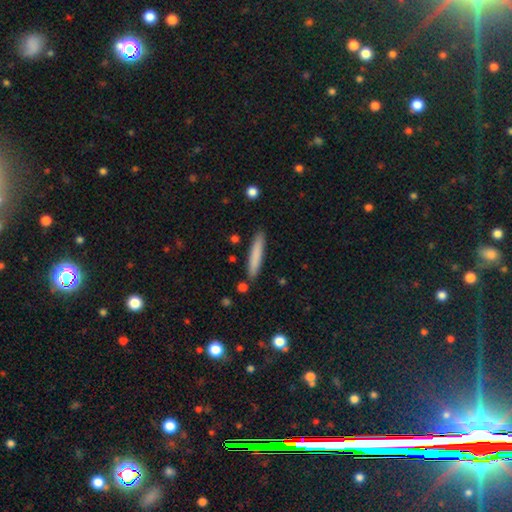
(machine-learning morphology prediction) The model was most divided on "smooth or featured": smooth: 78%, featured or disk: 16%, star or artifact: 6%. More confident: how rounded — cigar-shaped (93%); merging — none (87%).